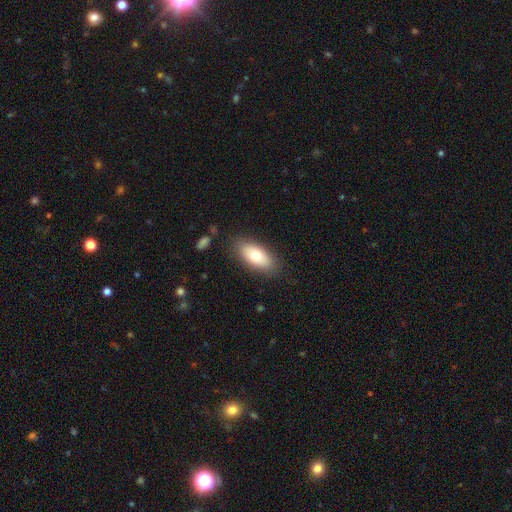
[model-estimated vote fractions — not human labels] A smooth galaxy with no disk features (73%) that is in between round and cigar-shaped (88%). Merging: none (84%).